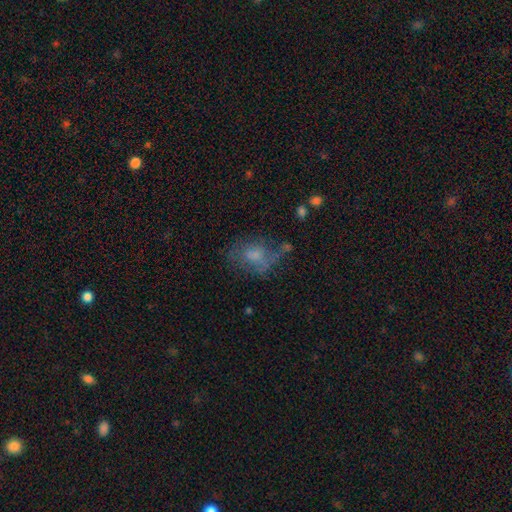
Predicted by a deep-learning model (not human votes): This is possibly a smooth galaxy (53%). How rounded: likely in between (66%). Merging: marginally none (43%).